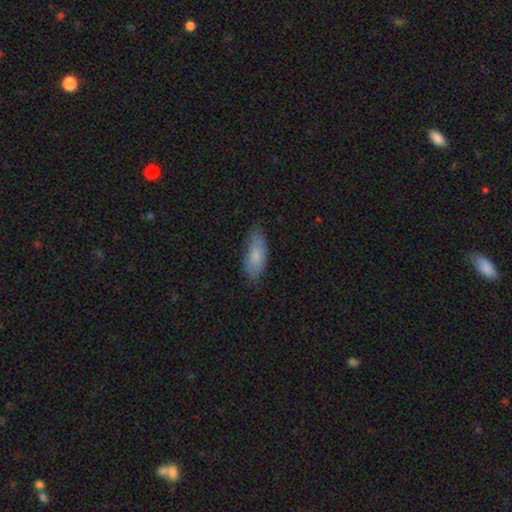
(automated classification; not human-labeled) smooth 78%, featured or disk 16%, star or artifact 6%. Down the decision tree: how rounded — in between (76%); merging — none (74%).